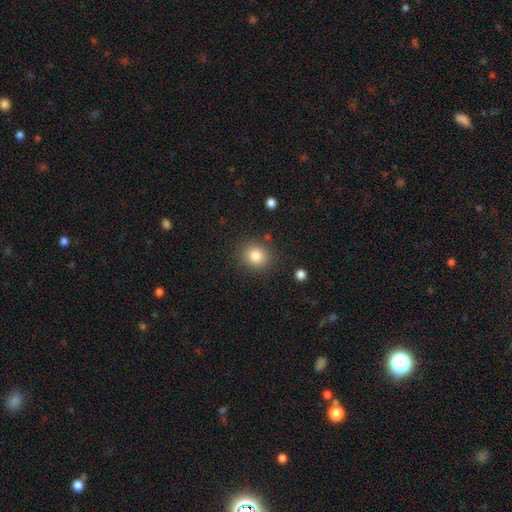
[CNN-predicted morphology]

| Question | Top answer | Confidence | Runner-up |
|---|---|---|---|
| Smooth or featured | smooth | 83% | star or artifact (10%) |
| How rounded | round | 80% | in between (19%) |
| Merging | none | 85% | minor disturbance (9%) |